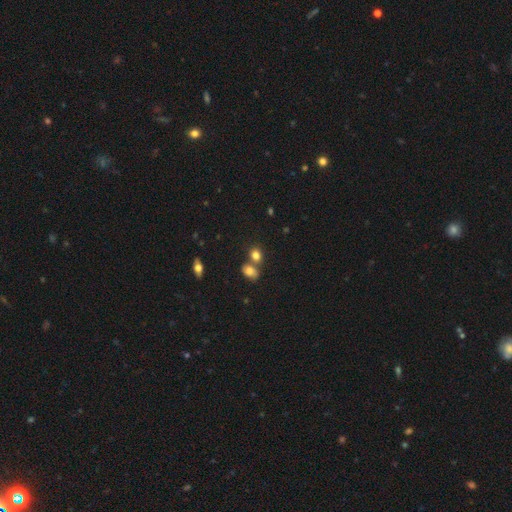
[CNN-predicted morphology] The model was most divided on "how rounded": round: 50%, in between: 49%, cigar-shaped: 2%. More confident: smooth or featured — smooth (80%); merging — none (53%).